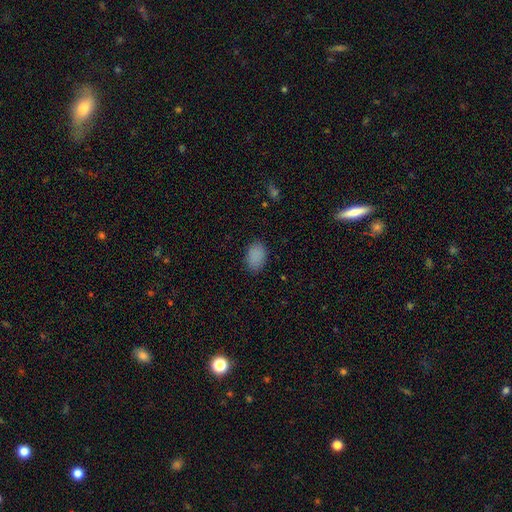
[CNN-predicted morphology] type=smooth (87%); roundness=in between (83%); merging=none (83%).